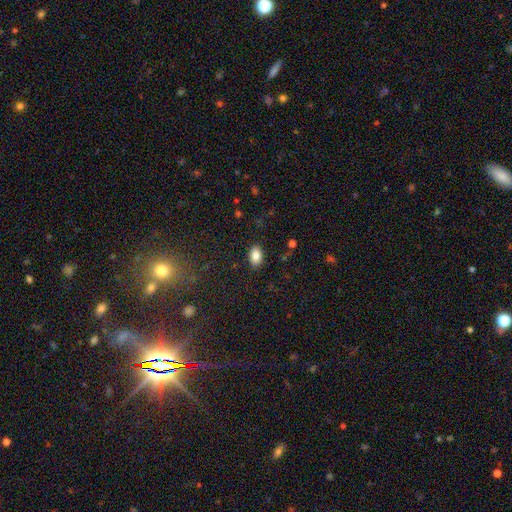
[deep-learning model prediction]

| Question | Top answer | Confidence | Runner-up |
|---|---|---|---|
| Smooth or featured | smooth | 85% | star or artifact (8%) |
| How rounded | in between | 89% | round (9%) |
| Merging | none | 87% | minor disturbance (9%) |